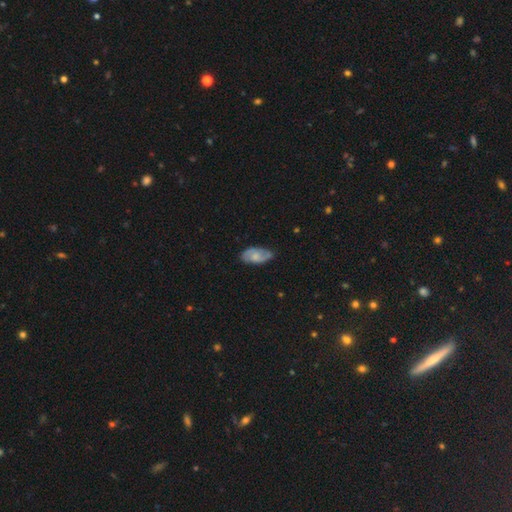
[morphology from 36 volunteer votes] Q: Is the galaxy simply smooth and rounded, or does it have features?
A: featured or disk — 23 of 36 (64%).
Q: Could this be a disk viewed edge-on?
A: no — 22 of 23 (96%).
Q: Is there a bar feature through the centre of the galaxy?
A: no — 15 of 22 (68%).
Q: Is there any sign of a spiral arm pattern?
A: yes — 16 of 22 (73%).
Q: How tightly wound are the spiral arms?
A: medium — 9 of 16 (56%).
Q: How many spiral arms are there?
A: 2 — 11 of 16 (69%).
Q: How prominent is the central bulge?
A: small — 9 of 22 (41%).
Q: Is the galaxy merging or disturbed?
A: none — 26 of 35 (74%).